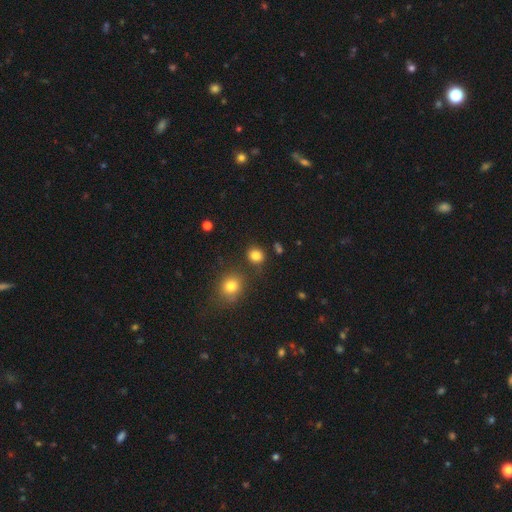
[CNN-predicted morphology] Overall: smooth (82%). How rounded: round (74%). Merging: none (80%).